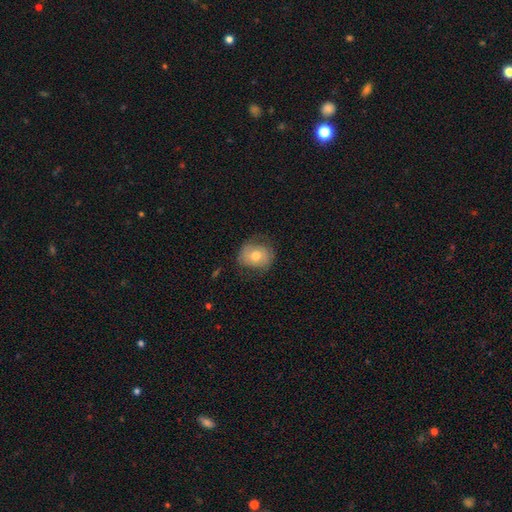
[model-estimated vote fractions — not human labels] A smooth galaxy with no disk features (59%) that is round (65%). Merging: none (66%).